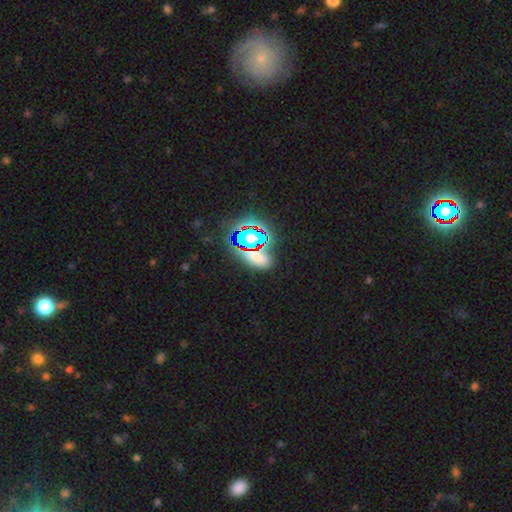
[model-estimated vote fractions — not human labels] This appears to be a star or artifact, not a galaxy (47%).